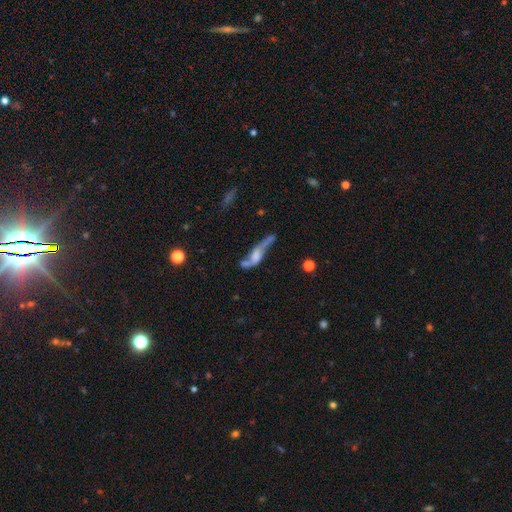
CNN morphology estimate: This appears to be a featured or disk galaxy (62%). Merging: none (32%).